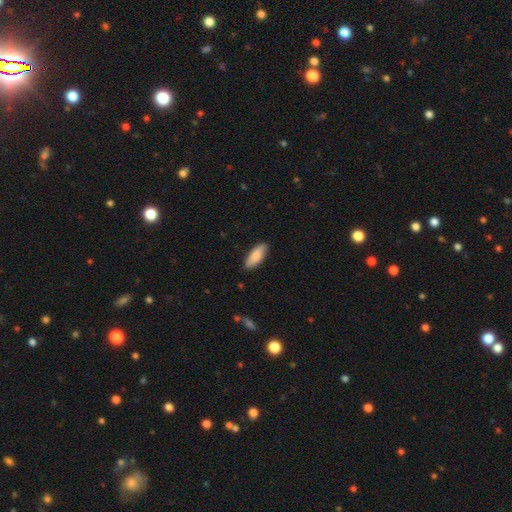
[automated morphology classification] A smooth galaxy with no disk features (84%) that is in between round and cigar-shaped (75%).

Vote fractions:
- Smooth or featured? smooth: 84% / featured or disk: 10% / star or artifact: 6%
- How rounded? in between: 75% / cigar-shaped: 23% / round: 2%
- Merging? none: 86% / minor disturbance: 11% / major disturbance: 2% / merger: 1%